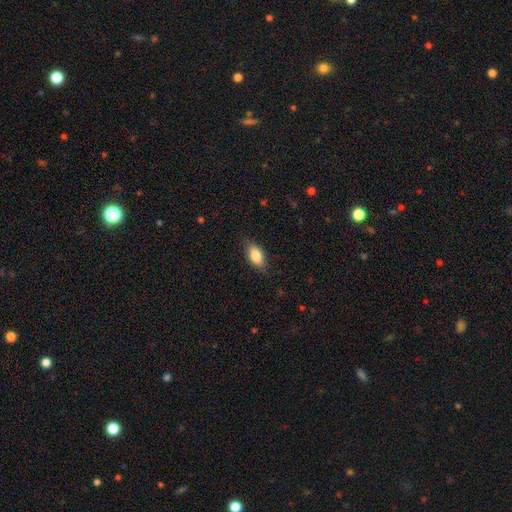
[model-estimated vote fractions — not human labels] smooth 82%, featured or disk 11%, star or artifact 7%. Down the decision tree: how rounded — in between (88%); merging — none (82%).